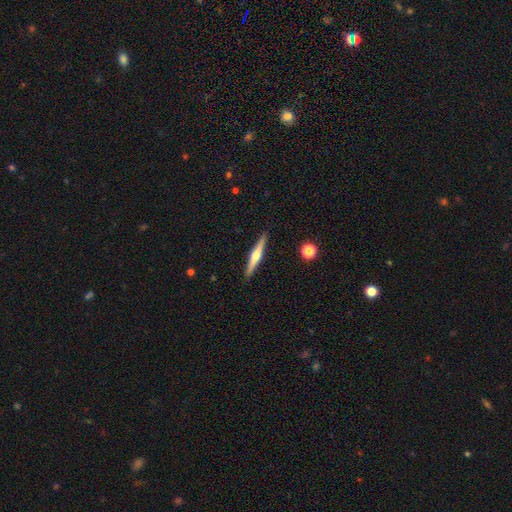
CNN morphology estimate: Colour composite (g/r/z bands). It shows a featured or disk galaxy (69%) viewed edge-on (98%) with a rounded central bulge (91%). Merging: none (91%).